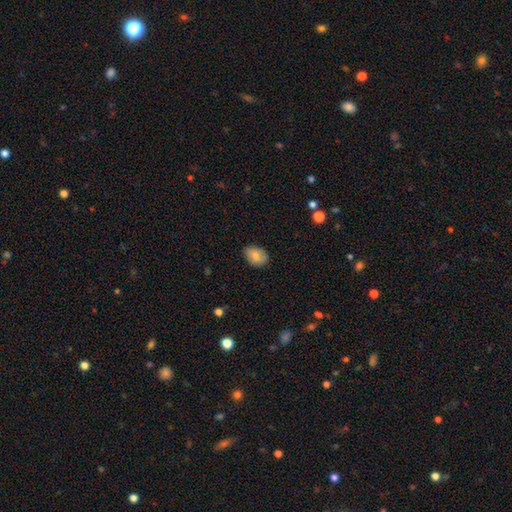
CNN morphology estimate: smooth-or-featured: smooth: 81% | featured or disk: 12% | star or artifact: 7%
  how-rounded: in between: 78% | round: 21% | cigar-shaped: 1%
  merging: none: 81% | minor disturbance: 15% | major disturbance: 3% | merger: 1%